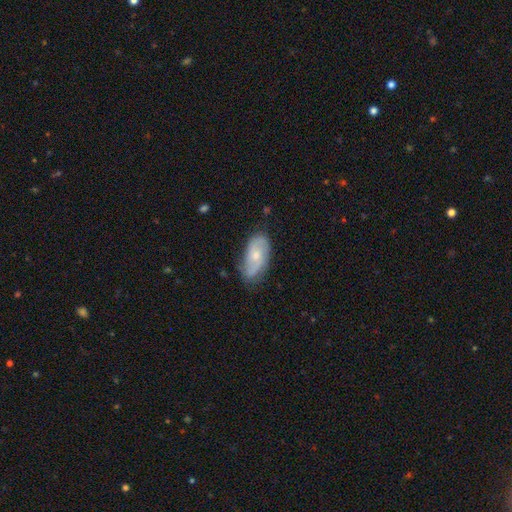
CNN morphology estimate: smooth_or_featured: featured or disk (p=0.57) [alt: smooth p=0.37]
disk_edge_on: no (p=0.93) [alt: yes p=0.07]
bar: no (p=0.70) [alt: weak p=0.25]
has_spiral_arms: yes (p=0.83) [alt: no p=0.17]
bulge_size: small (p=0.52) [alt: moderate p=0.43]
merging: none (p=0.70) [alt: minor disturbance p=0.23]